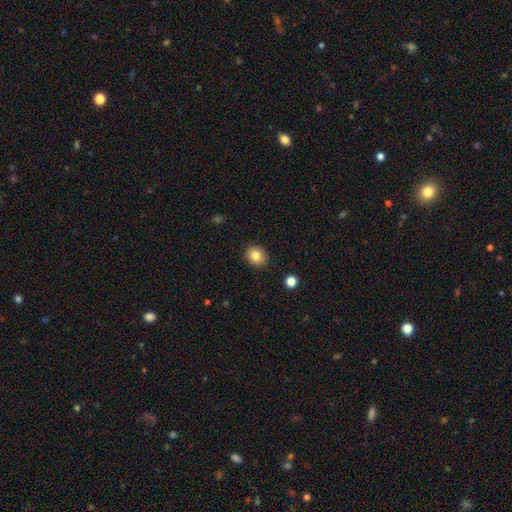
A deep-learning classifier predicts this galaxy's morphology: smooth_or_featured: smooth (p=0.82) [alt: star or artifact p=0.10]
how_rounded: round (p=0.64) [alt: in between p=0.35]
merging: none (p=0.90) [alt: minor disturbance p=0.07]